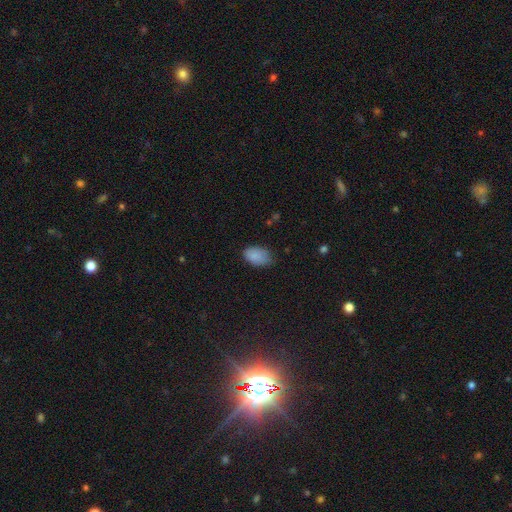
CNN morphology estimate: The model was most divided on "merging": none: 70%, minor disturbance: 25%, major disturbance: 4%, merger: 1%. More confident: how rounded — in between (90%); smooth or featured — smooth (87%).